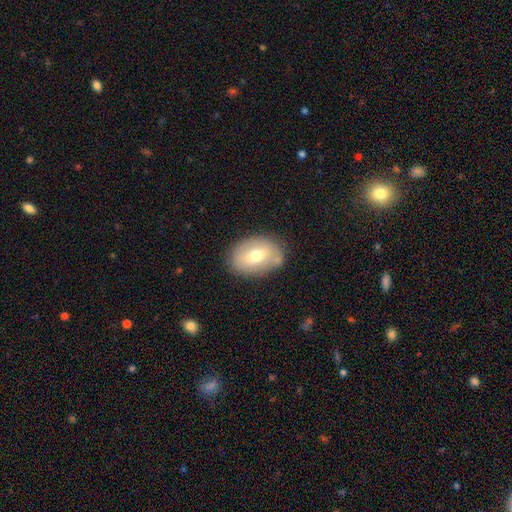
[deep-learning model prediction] smooth-or-featured: smooth: 61% | featured or disk: 31% | star or artifact: 8%
  how-rounded: in between: 82% | round: 16% | cigar-shaped: 1%
  merging: none: 79% | minor disturbance: 15% | major disturbance: 4% | merger: 3%